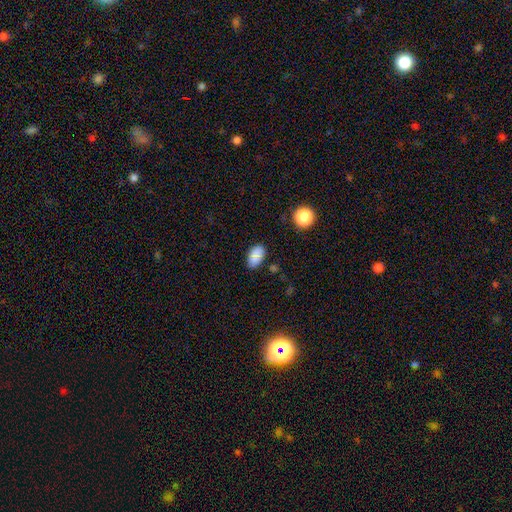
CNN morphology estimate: A smooth galaxy with no disk features (80%) that is in between round and cigar-shaped (90%). Merging: none (71%).